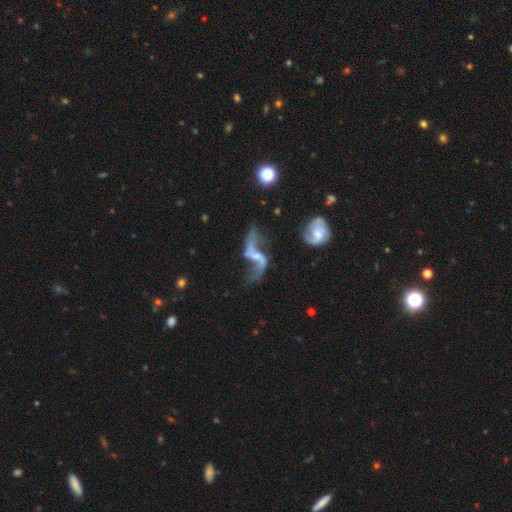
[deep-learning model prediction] Overall: featured or disk (85%). Edge-on disk: no (96%). Bar: weak (45%; no 33%). Spiral arms: yes (90%). Spiral arm count: 2 (90%). Spiral winding: loose (90%). Bulge size: small (40%; none 39%). Merging: none (43%; major disturbance 24%).